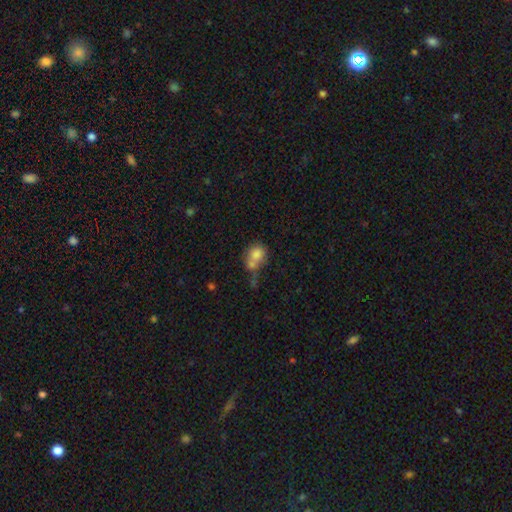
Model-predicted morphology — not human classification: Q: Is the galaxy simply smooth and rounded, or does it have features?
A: smooth — 76%.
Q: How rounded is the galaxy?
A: round — 58%.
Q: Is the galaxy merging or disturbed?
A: merger — 43%.